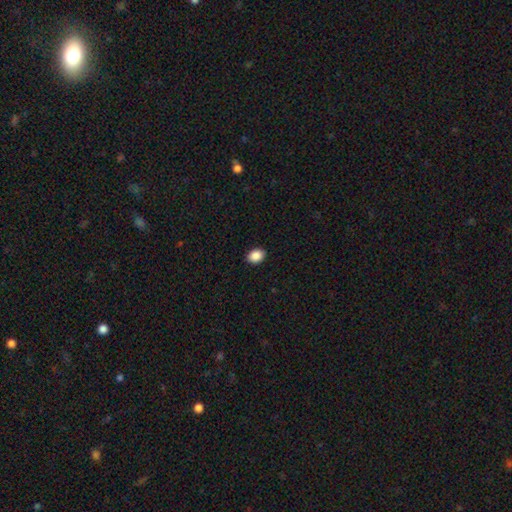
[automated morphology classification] A smooth galaxy with no disk features (89%) that is in between round and cigar-shaped (69%). Merging: none (91%).